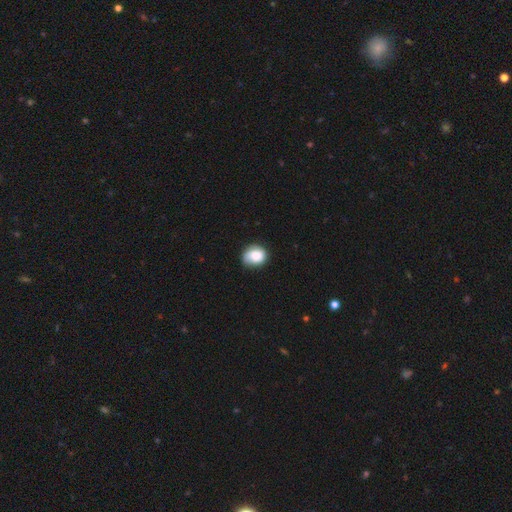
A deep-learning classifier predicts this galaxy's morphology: Smooth or featured: smooth — 80% (featured or disk — 13%)
How rounded: round — 60% (in between — 39%)
Merging: none — 68% (minor disturbance — 24%)